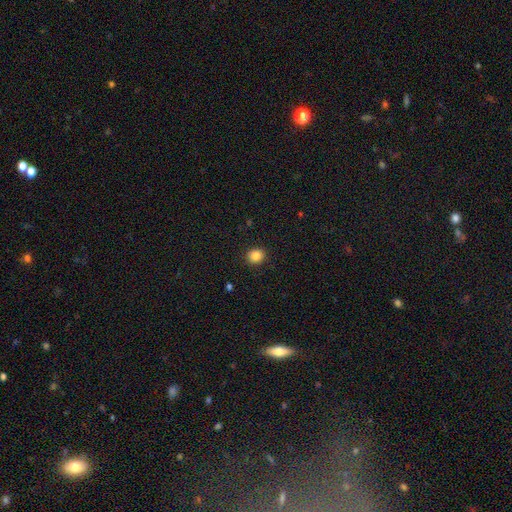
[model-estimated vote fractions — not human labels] This is clearly a smooth galaxy (85%). How rounded: likely round (76%). Merging: clearly none (91%).